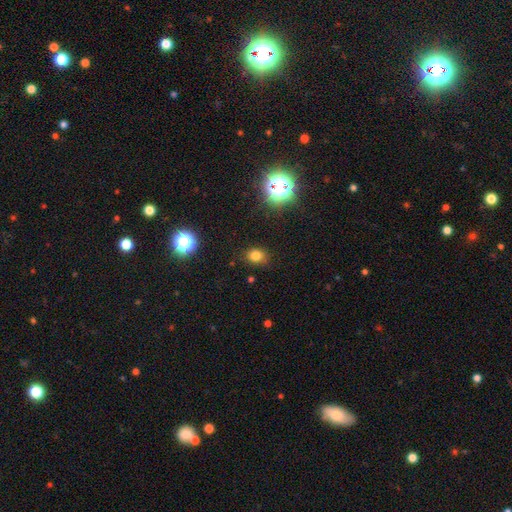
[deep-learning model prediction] Morphology: type=smooth (76%); roundness=round (56%); merging=none (82%).